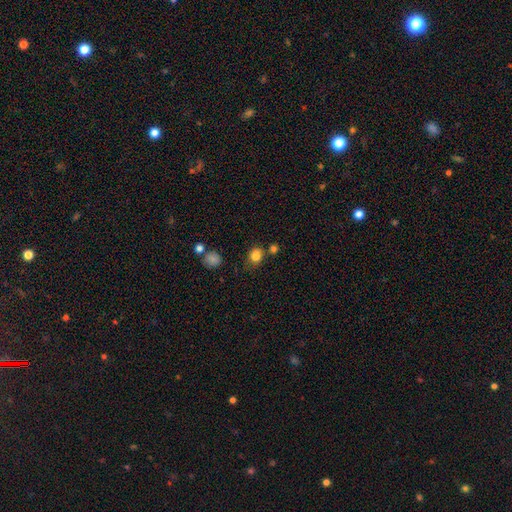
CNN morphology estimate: smooth_or_featured: smooth (p=0.83) [alt: star or artifact p=0.12]
how_rounded: round (p=0.57) [alt: in between p=0.42]
merging: none (p=0.66) [alt: minor disturbance p=0.17]